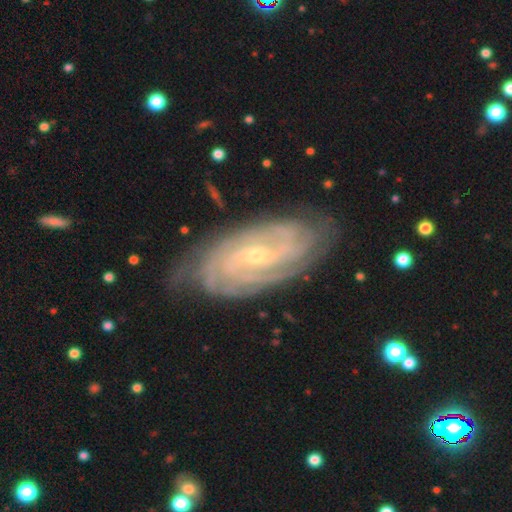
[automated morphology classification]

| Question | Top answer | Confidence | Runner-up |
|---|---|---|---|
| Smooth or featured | featured or disk | 89% | smooth (6%) |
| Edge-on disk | no | 95% | yes (5%) |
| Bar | weak | 46% | no (28%) |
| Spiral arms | yes | 98% | no (2%) |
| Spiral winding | tight | 70% | medium (25%) |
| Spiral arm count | can't tell | 27% | 2 (23%) |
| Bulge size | small | 78% | moderate (19%) |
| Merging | none | 78% | minor disturbance (17%) |